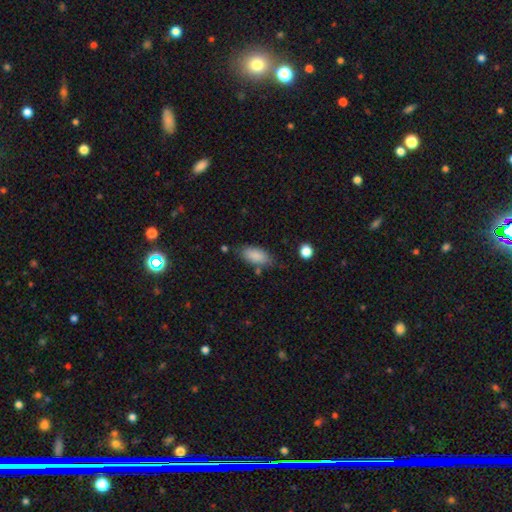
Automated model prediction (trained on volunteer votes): A smooth galaxy with no disk features (86%) that is in between round and cigar-shaped (89%).

Vote fractions:
- Smooth or featured? smooth: 86% / featured or disk: 7% / star or artifact: 7%
- How rounded? in between: 89% / cigar-shaped: 8% / round: 2%
- Merging? none: 70% / minor disturbance: 20% / merger: 5% / major disturbance: 5%